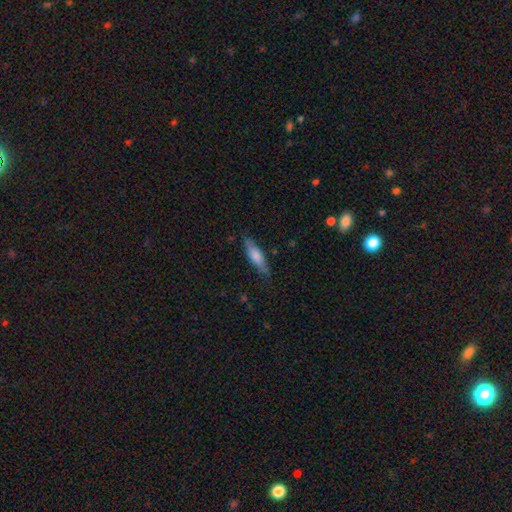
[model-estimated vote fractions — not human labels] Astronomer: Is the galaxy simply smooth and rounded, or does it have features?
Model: smooth — 67%.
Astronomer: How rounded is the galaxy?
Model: cigar-shaped — 64%.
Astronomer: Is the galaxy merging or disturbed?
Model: none — 78%.